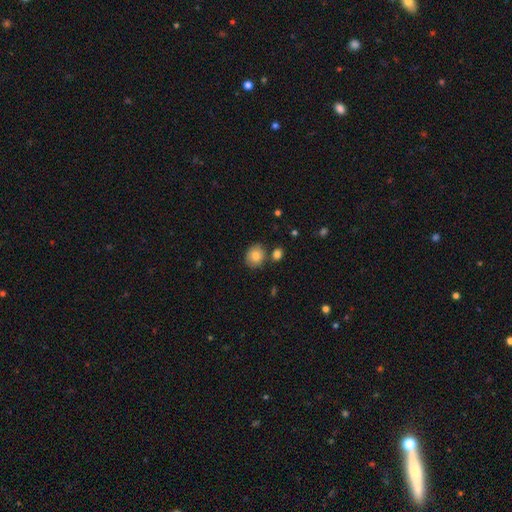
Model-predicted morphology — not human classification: Smooth or featured? Predicted: smooth (p=0.82). How rounded? Predicted: round (p=0.69). Merging? Predicted: none (p=0.76).